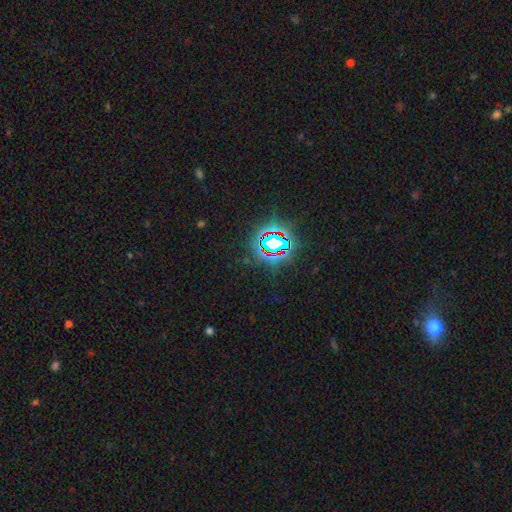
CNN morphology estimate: The model was most divided on "smooth or featured": star or artifact: 82%, smooth: 10%, featured or disk: 7%.